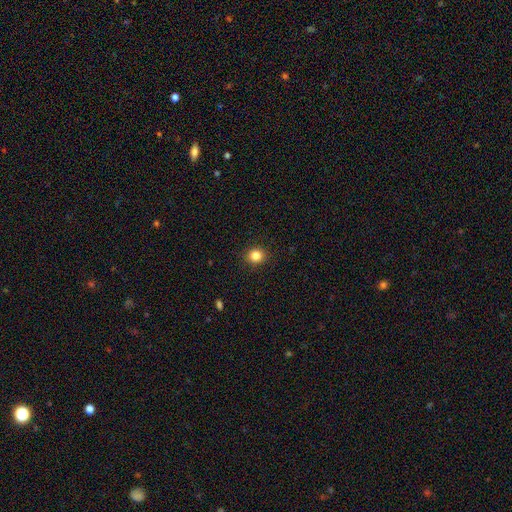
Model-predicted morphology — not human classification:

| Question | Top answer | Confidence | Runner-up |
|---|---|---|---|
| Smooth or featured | smooth | 84% | star or artifact (11%) |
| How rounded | round | 84% | in between (15%) |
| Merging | none | 91% | minor disturbance (6%) |